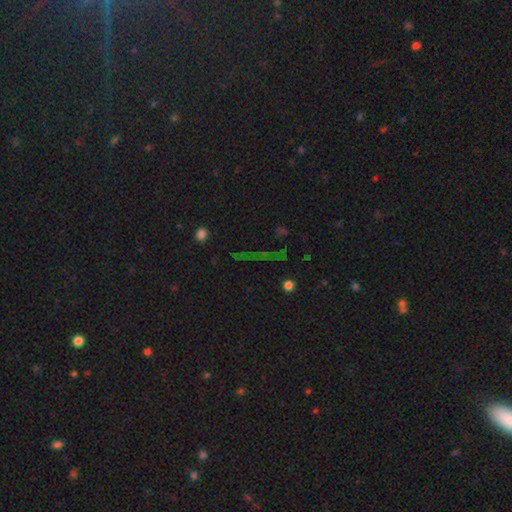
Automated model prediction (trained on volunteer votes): smooth_or_featured: star or artifact (p=0.74) [alt: smooth p=0.14]